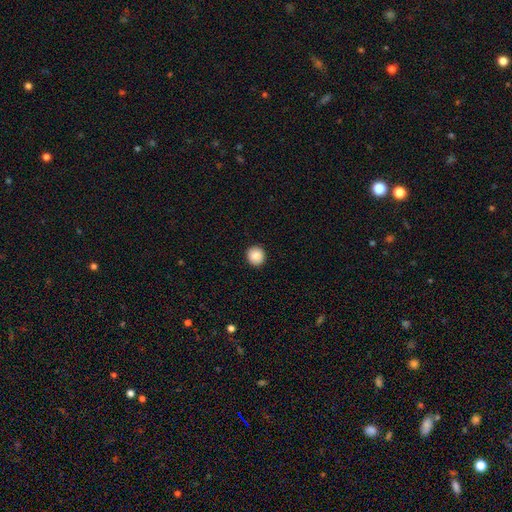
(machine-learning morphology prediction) Smooth or featured? smooth (89%)
How rounded? round (93%)
Merging? none (93%)